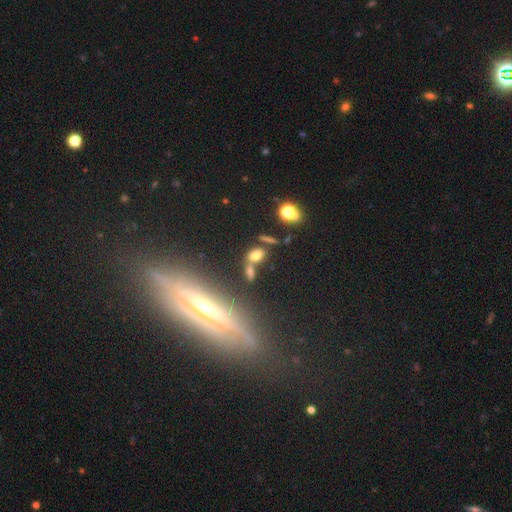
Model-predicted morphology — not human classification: smooth_or_featured: smooth (p=0.64) [alt: star or artifact p=0.19]
how_rounded: in between (p=0.76) [alt: round p=0.14]
merging: none (p=0.52) [alt: merger p=0.30]